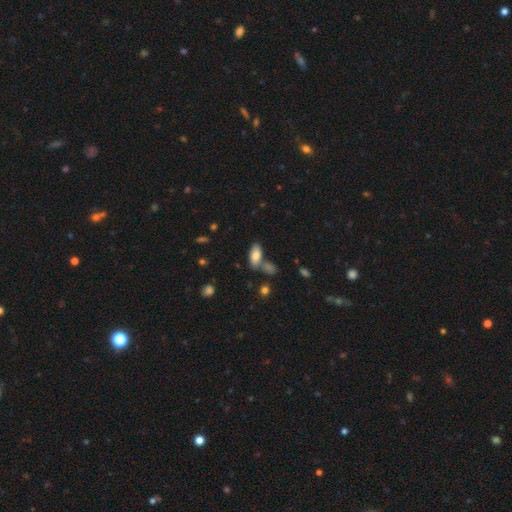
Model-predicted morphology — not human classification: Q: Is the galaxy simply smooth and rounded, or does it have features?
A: smooth — 79%.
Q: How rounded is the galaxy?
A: in between — 86%.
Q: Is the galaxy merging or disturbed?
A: none — 60%.